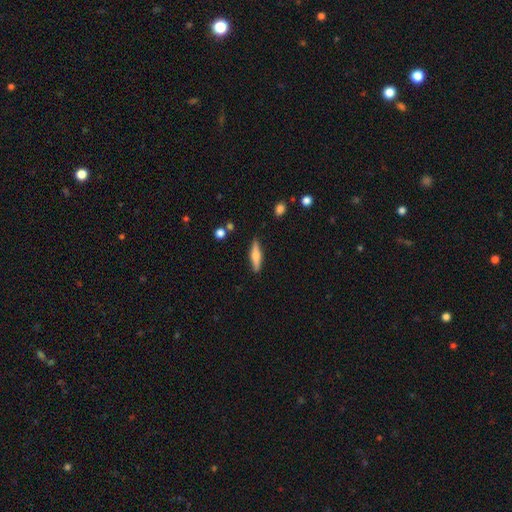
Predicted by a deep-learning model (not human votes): smooth 53%, featured or disk 40%, star or artifact 6%. Down the decision tree: how rounded — cigar-shaped (73%); merging — none (86%).